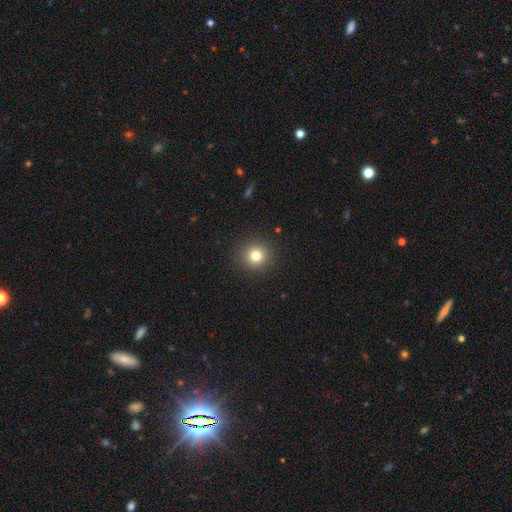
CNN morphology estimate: Smooth or featured?
  - smooth: 80% *
  - star or artifact: 13%
  - featured or disk: 7%
How rounded?
  - round: 93% *
  - in between: 6%
  - cigar-shaped: 1%
Merging?
  - none: 91% *
  - minor disturbance: 6%
  - major disturbance: 2%
  - merger: 1%